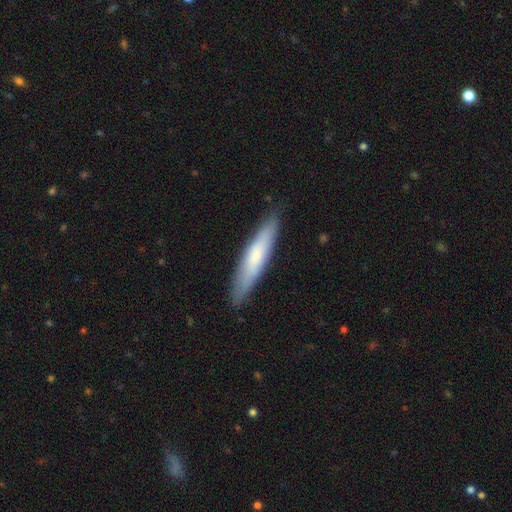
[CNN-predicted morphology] smooth-or-featured: smooth: 60% | featured or disk: 34% | star or artifact: 6%
  how-rounded: cigar-shaped: 86% | in between: 12% | round: 1%
  merging: none: 86% | minor disturbance: 11% | major disturbance: 2% | merger: 1%